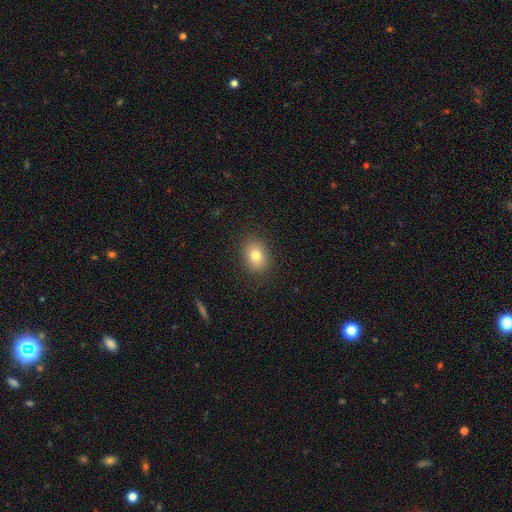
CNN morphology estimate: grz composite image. It shows a smooth galaxy with no disk features (79%) that is in between round and cigar-shaped (61%). Merging: none (87%).